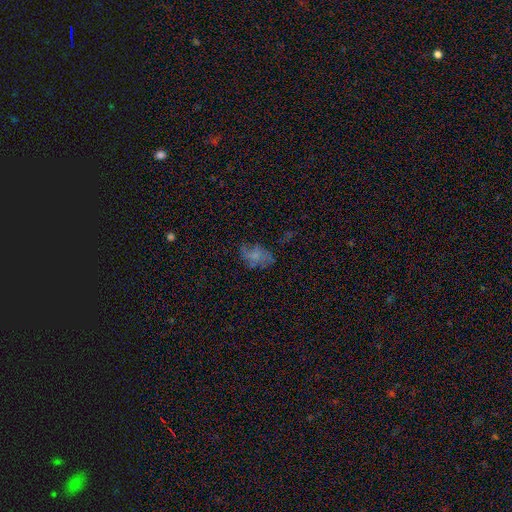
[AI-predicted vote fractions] Overall: smooth (54%; featured or disk 31%). How rounded: in between (90%). Merging: none (50%; minor disturbance 26%).